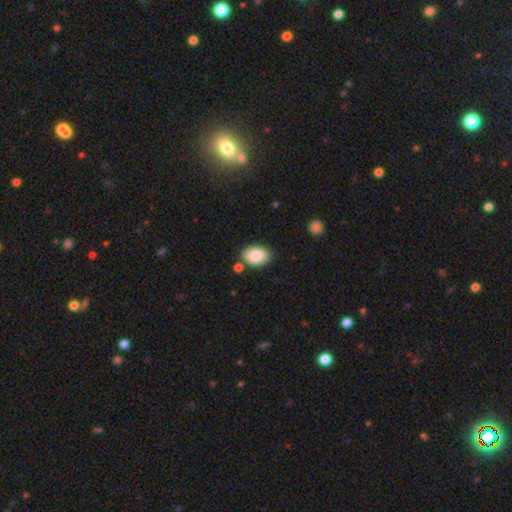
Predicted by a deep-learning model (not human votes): Smooth or featured? smooth (86%)
How rounded? in between (86%)
Merging? none (79%)